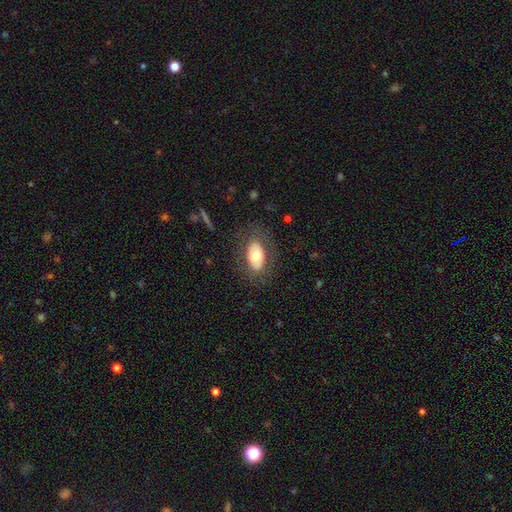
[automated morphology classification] This is likely a smooth galaxy (65%). How rounded: clearly in between (92%). Merging: likely none (77%).